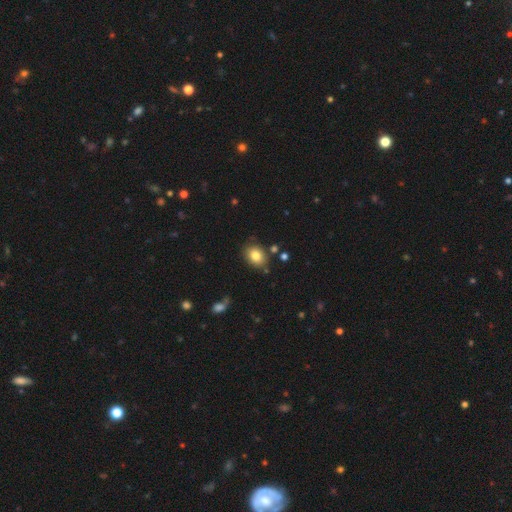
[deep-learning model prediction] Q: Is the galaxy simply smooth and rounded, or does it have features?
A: smooth — 82%.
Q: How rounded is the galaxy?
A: in between — 66%.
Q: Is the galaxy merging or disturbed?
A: none — 80%.